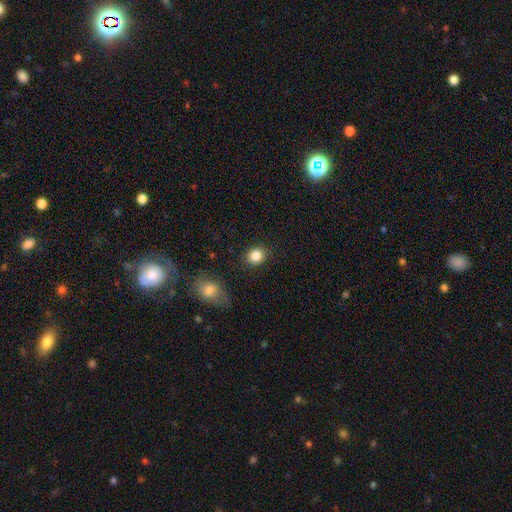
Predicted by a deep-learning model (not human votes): Overall: smooth (85%). How rounded: round (70%). Merging: none (87%).